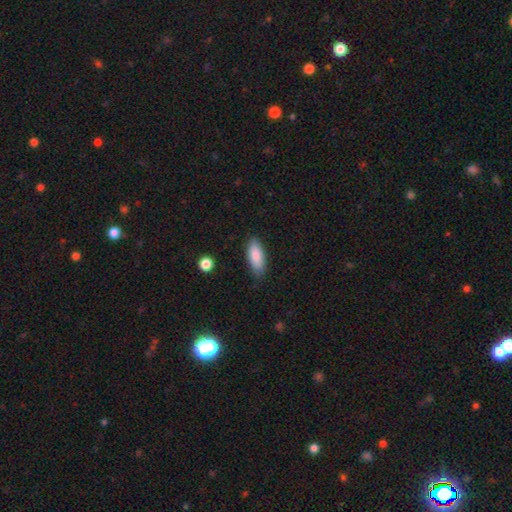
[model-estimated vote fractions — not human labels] Overall: smooth (86%). How rounded: in between (76%). Merging: none (83%).